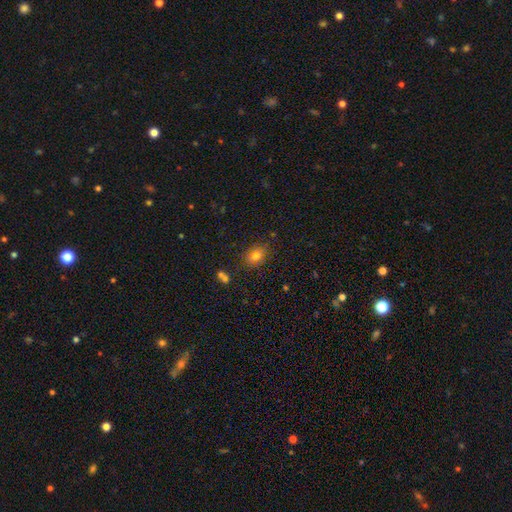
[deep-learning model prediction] Morphology: type=smooth (78%); roundness=in between (65%); merging=none (82%).